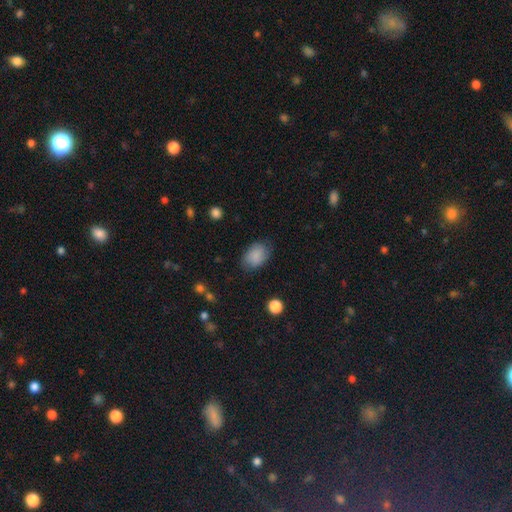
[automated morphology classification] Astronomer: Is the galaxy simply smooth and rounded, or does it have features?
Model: smooth — 83%.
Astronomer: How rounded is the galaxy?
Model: in between — 85%.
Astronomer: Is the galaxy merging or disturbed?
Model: none — 76%.